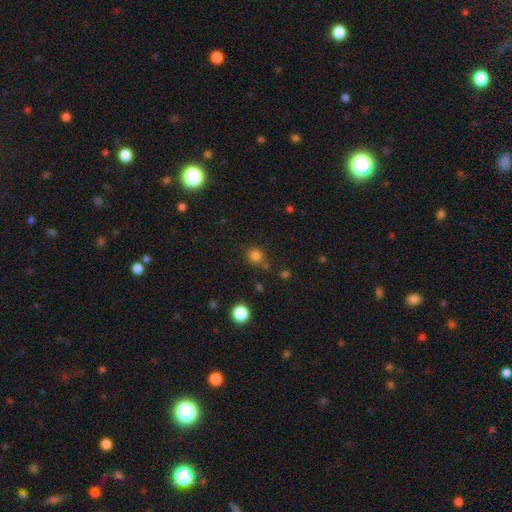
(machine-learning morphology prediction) Smooth or featured? smooth (80%)
How rounded? round (89%)
Merging? none (77%)